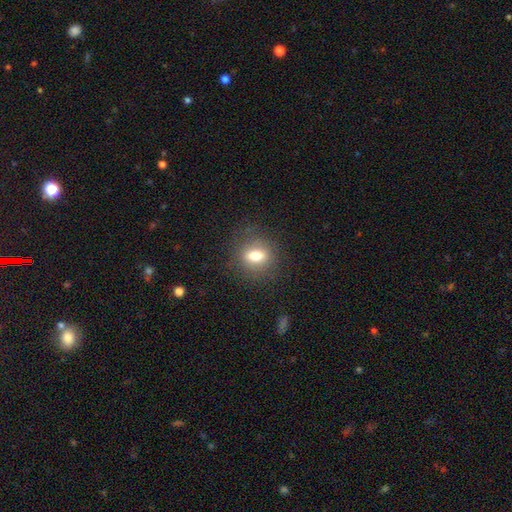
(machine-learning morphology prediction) type=smooth (68%); roundness=round (57%); merging=none (85%).